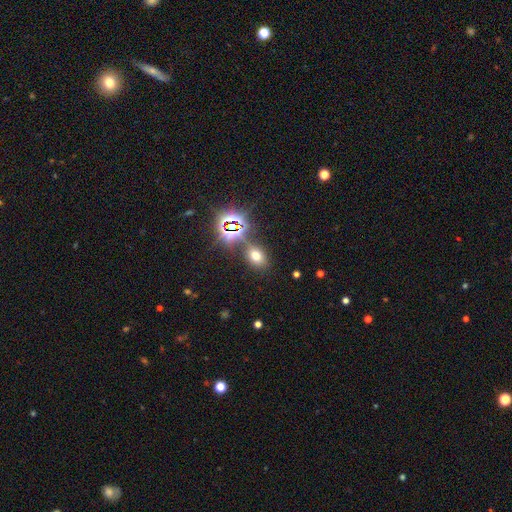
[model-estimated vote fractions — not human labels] Smooth or featured? Predicted: smooth (p=0.59). How rounded? Predicted: in between (p=0.66). Merging? Predicted: none (p=0.76).